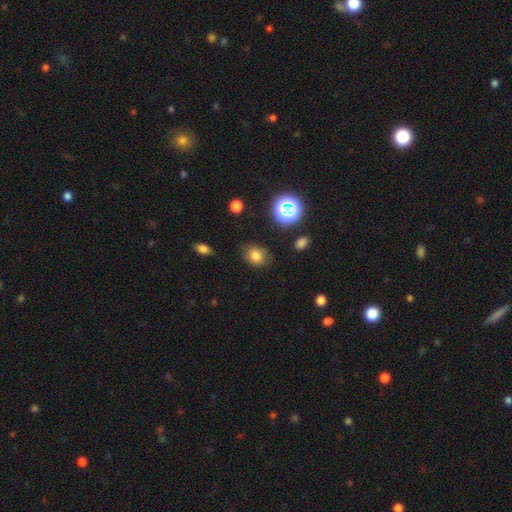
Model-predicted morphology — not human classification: A smooth galaxy with no disk features (77%) that is round (58%). Merging: none (80%).